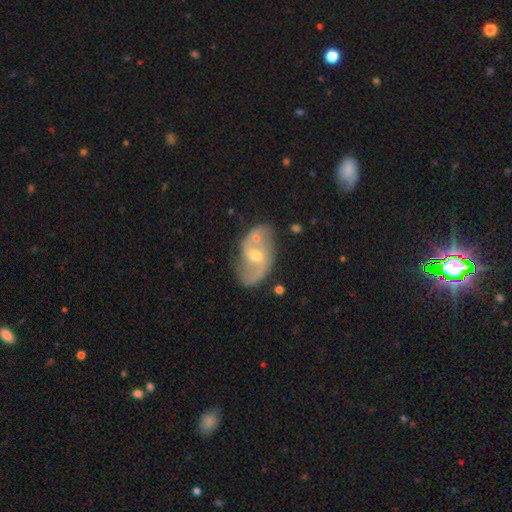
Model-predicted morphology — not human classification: smooth-or-featured: featured or disk: 80% | smooth: 14% | star or artifact: 6%
  disk-edge-on: no: 96% | yes: 4%
    bar: weak: 44% | no: 41% | strong: 15%
    has-spiral-arms: yes: 87% | no: 13%
      spiral-winding: loose: 55% | medium: 35% | tight: 10%
      spiral-arm-count: 2: 87% | can't tell: 6% | 1: 4% | 3: 1% | 4: 1% | more than 4: 1%
    bulge-size: moderate: 59% | small: 36% | large: 2% | none: 1% | dominant: 1%
  merging: none: 57% | minor disturbance: 20% | merger: 15% | major disturbance: 9%